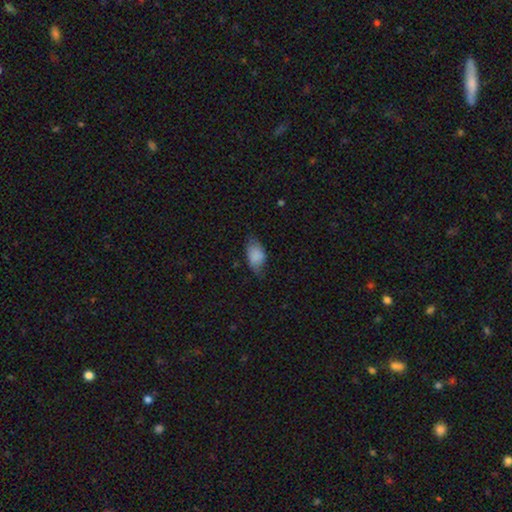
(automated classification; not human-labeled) This appears to be a smooth galaxy with no disk features (81%) that is in between round and cigar-shaped (91%). Merging: none (55%).